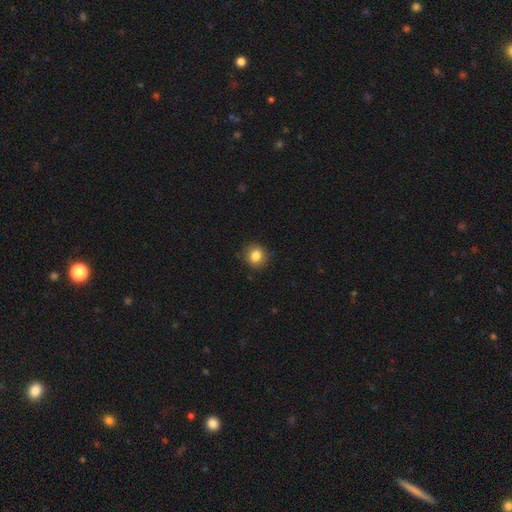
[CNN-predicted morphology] smooth-or-featured: smooth: 83% | star or artifact: 10% | featured or disk: 7%
  how-rounded: round: 79% | in between: 20% | cigar-shaped: 1%
  merging: none: 85% | minor disturbance: 12% | major disturbance: 3% | merger: 1%